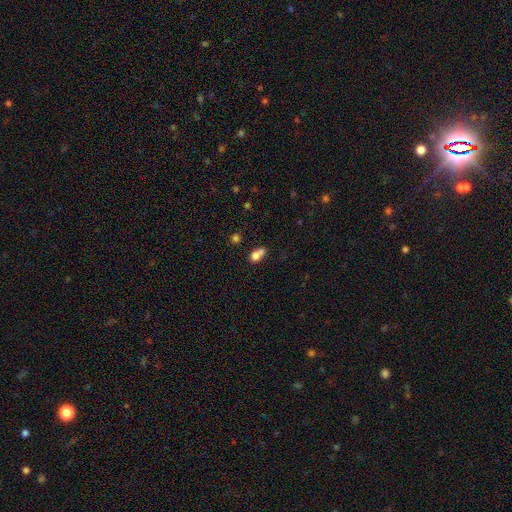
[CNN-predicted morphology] Smooth or featured: smooth — 74% (featured or disk — 15%)
How rounded: round — 50% (in between — 48%)
Merging: merger — 55% (none — 29%)